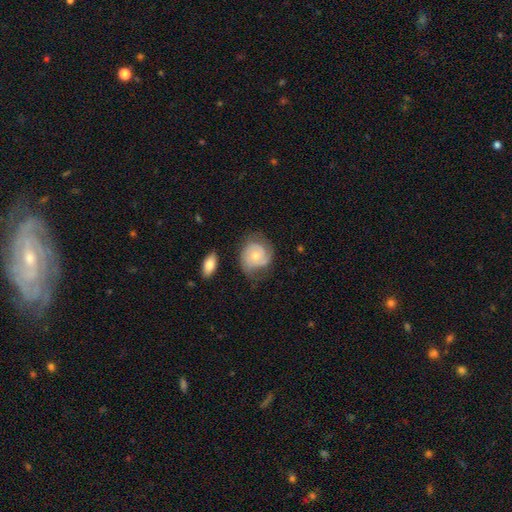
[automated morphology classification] Smooth or featured?
  - featured or disk: 62% *
  - smooth: 32%
  - star or artifact: 6%
Edge-on disk?
  - no: 97% *
  - yes: 3%
Bar?
  - no: 79% *
  - weak: 18%
  - strong: 3%
Spiral arms?
  - yes: 85% *
  - no: 15%
Spiral winding?
  - tight: 53% *
  - medium: 34%
  - loose: 14%
Spiral arm count?
  - 2: 55% *
  - can't tell: 23%
  - 3: 9%
  - 1: 8%
  - 4: 2%
  - more than 4: 2%
Bulge size?
  - moderate: 54% *
  - small: 41%
  - large: 2%
  - none: 1%
  - dominant: 1%
Merging?
  - none: 56% *
  - minor disturbance: 28%
  - major disturbance: 13%
  - merger: 3%